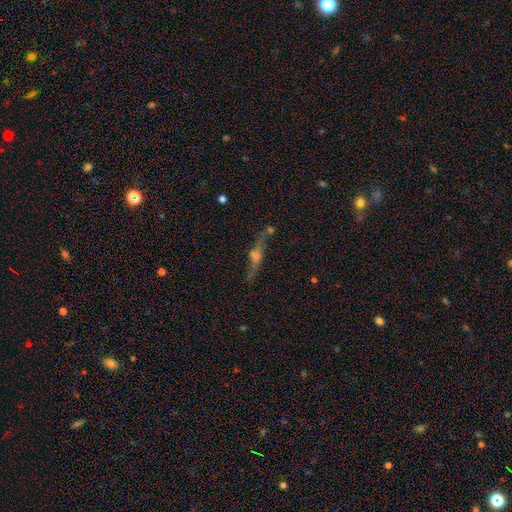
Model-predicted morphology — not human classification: Q: Smooth or featured?
A: featured or disk (74%); runner-up: smooth (14%)
Q: Edge-on disk?
A: yes (85%); runner-up: no (15%)
Q: Edge-on bulge?
A: rounded (80%); runner-up: boxy (12%)
Q: Merging?
A: none (72%); runner-up: minor disturbance (15%)